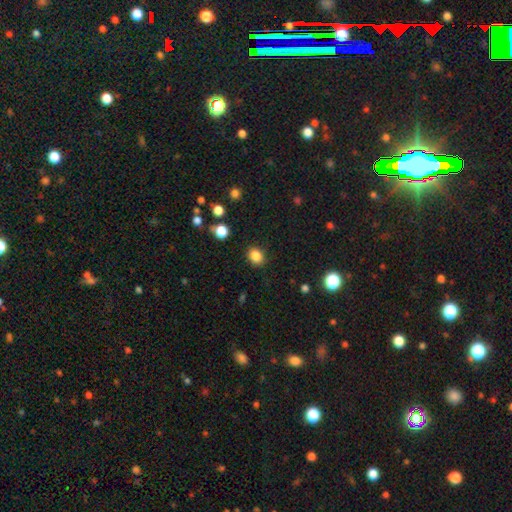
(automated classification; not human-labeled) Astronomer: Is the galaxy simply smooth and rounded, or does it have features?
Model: smooth — 85%.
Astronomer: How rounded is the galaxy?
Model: round — 61% (runner-up: in between, 38%).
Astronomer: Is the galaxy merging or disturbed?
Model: none — 88%.